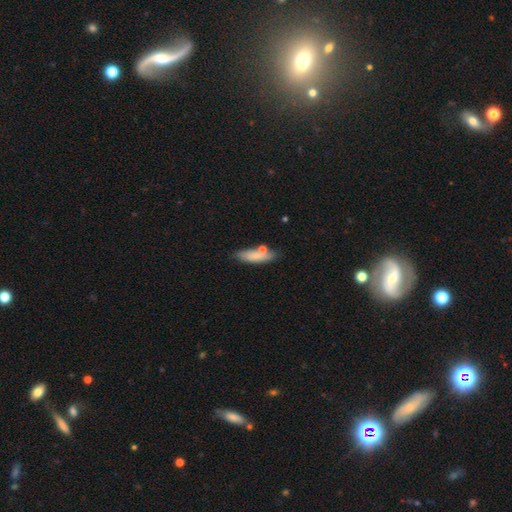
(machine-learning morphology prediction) Q: Smooth or featured?
A: smooth (79%); runner-up: featured or disk (14%)
Q: How rounded?
A: cigar-shaped (55%); runner-up: in between (43%)
Q: Merging?
A: none (70%); runner-up: minor disturbance (16%)